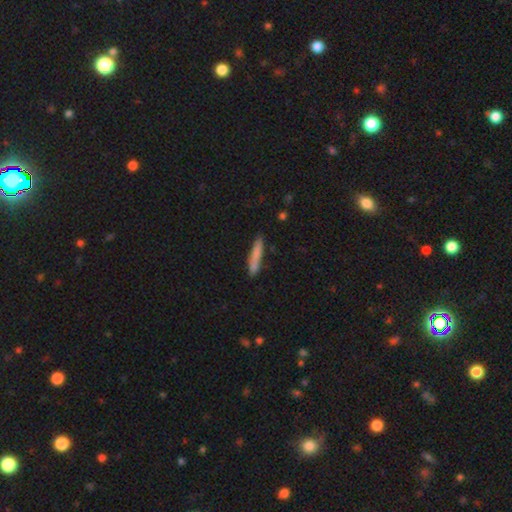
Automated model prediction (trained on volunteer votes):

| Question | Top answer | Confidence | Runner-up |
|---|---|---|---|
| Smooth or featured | smooth | 79% | featured or disk (14%) |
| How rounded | cigar-shaped | 93% | in between (6%) |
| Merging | none | 83% | minor disturbance (12%) |